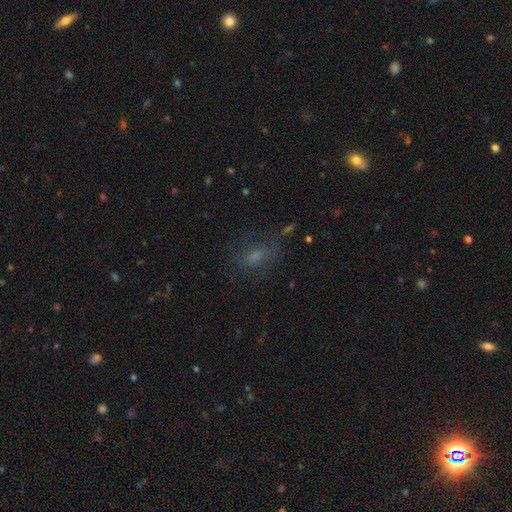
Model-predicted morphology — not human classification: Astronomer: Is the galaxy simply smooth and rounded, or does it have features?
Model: smooth — 49% (runner-up: featured or disk, 26%).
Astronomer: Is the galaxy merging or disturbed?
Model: none — 63%.